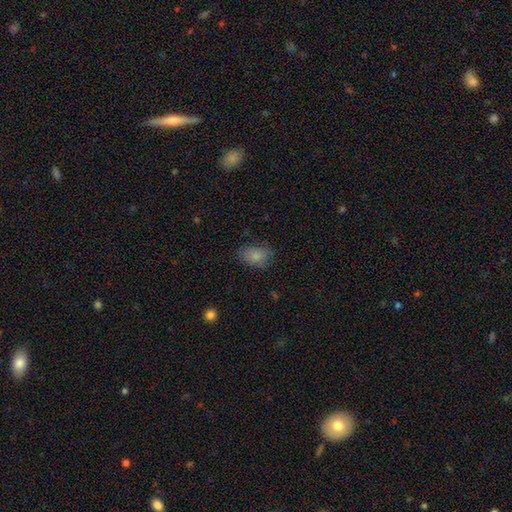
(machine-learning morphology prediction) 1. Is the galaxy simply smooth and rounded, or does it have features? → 83% smooth, 9% featured or disk, 8% star or artifact.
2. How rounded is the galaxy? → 79% in between, 20% round, 1% cigar-shaped.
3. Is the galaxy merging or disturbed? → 75% none, 19% minor disturbance, 5% major disturbance, 1% merger.